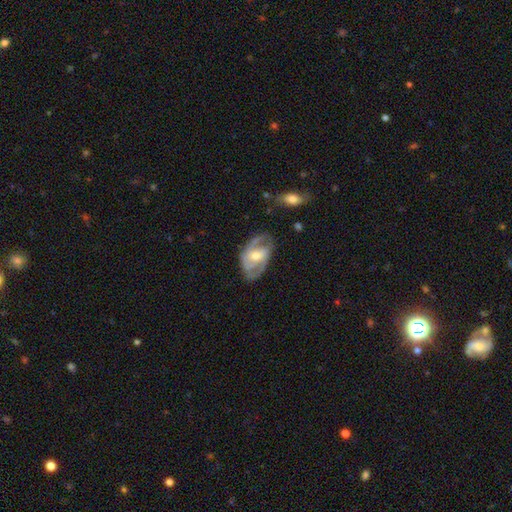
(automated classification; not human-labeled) Morphology: type=featured or disk (83%); edge-on=no (96%); bar=weak (45%); spiral arms=yes (93%); winding=medium (49%); arm count=2 (65%); bulge=moderate (59%); merging=none (71%).